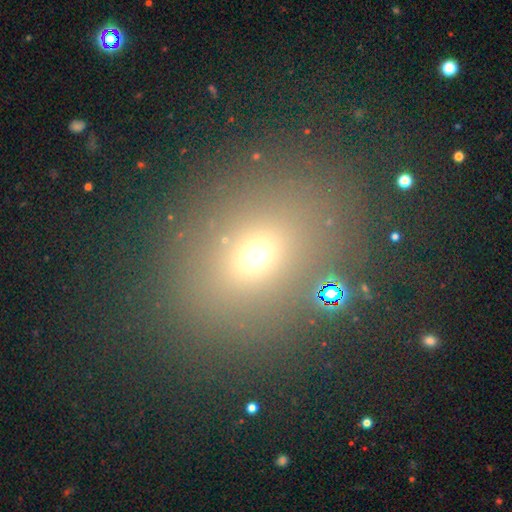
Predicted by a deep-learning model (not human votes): Overall: smooth (63%; star or artifact 26%). How rounded: round (52%; in between 46%). Merging: none (81%).